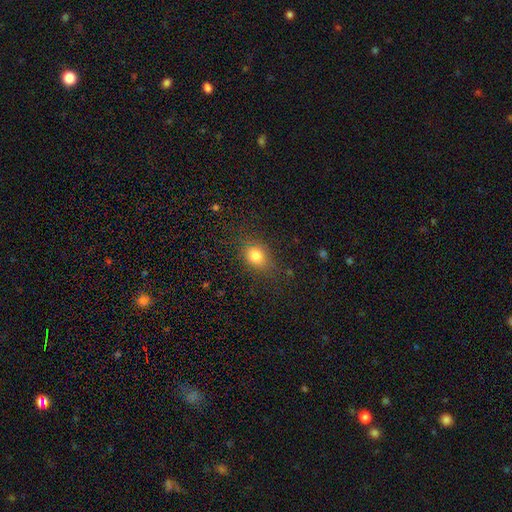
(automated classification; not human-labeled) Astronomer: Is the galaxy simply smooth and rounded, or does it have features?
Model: smooth — 80%.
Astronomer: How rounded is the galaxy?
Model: in between — 60% (runner-up: round, 38%).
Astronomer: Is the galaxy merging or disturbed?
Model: none — 77%.